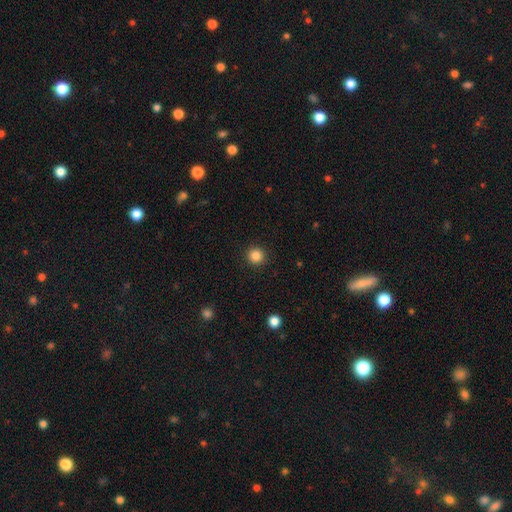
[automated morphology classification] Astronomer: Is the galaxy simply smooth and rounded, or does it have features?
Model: smooth — 85%.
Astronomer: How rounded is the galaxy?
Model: round — 95%.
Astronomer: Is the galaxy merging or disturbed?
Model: none — 92%.